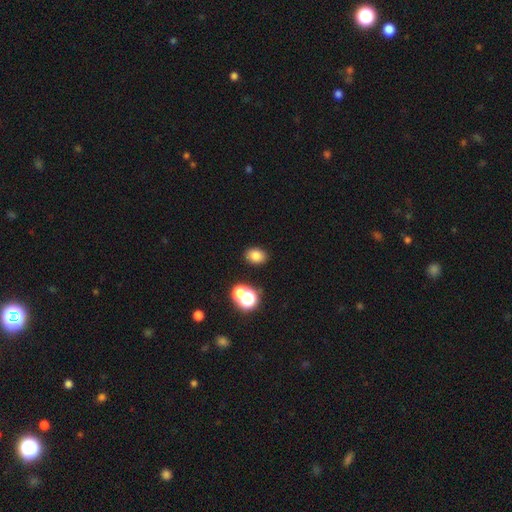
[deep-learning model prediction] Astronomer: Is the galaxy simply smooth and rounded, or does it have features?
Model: smooth — 78%.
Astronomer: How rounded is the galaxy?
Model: in between — 67%.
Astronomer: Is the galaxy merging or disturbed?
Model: none — 83%.